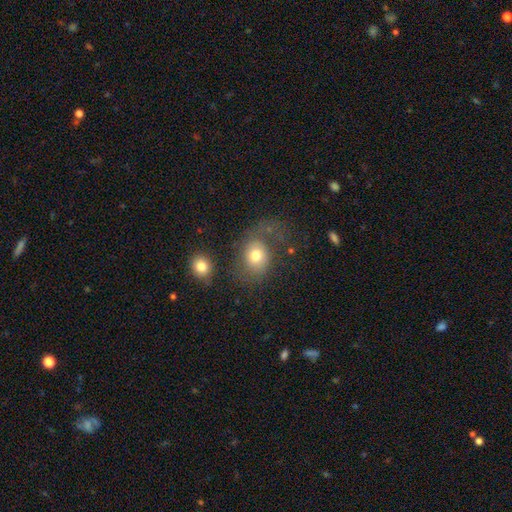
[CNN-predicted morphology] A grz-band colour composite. It shows a smooth galaxy with no disk features (71%) that is round (51%). Merging: none (40%).